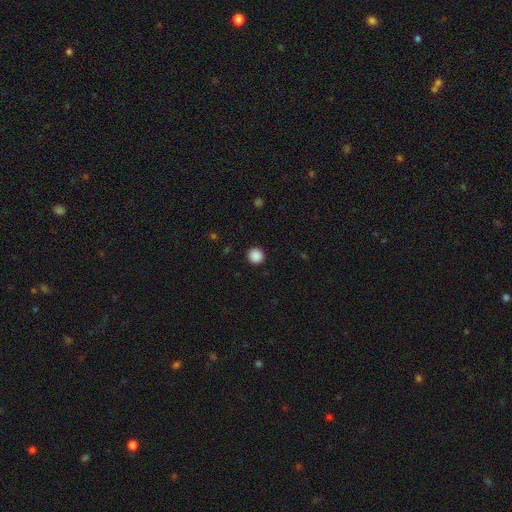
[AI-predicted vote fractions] smooth-or-featured: smooth: 89% | star or artifact: 9% | featured or disk: 2%
  how-rounded: round: 95% | in between: 4% | cigar-shaped: 1%
  merging: none: 93% | minor disturbance: 4% | major disturbance: 2% | merger: 1%